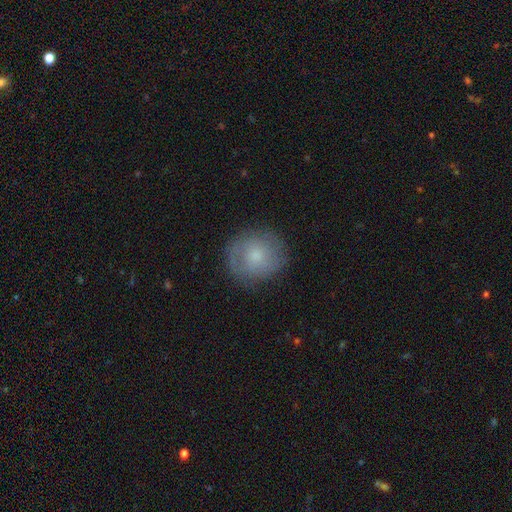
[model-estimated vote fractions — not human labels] Morphology: type=smooth (55%); roundness=round (87%); merging=none (81%).